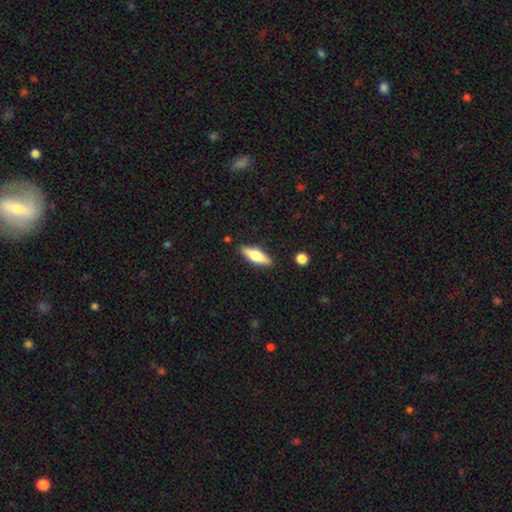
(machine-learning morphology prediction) A smooth galaxy with no disk features (54%) that is cigar-shaped (50%). Merging: none (87%).